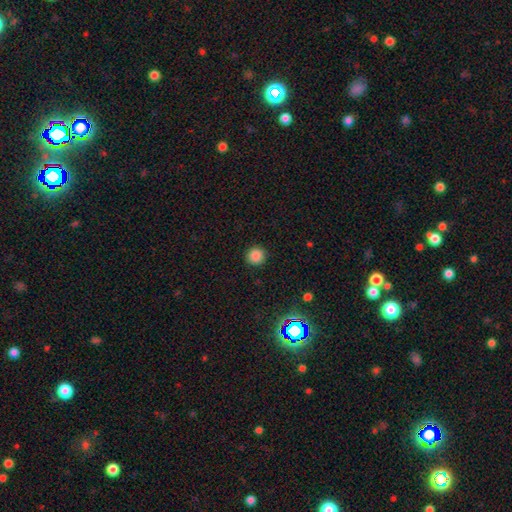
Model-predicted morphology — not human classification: This is clearly a smooth galaxy (85%). How rounded: clearly round (94%). Merging: clearly none (91%).